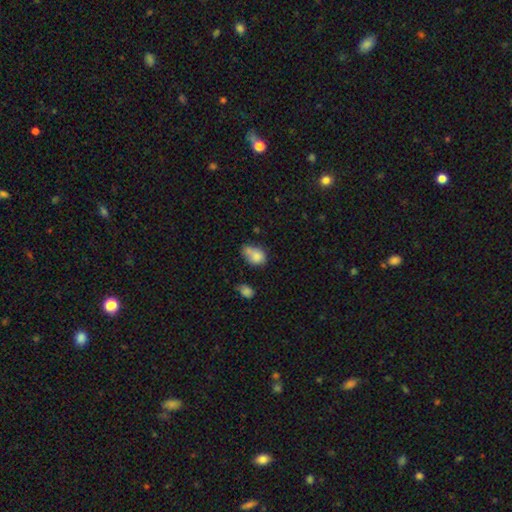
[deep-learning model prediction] This appears to be a smooth galaxy with no disk features (76%) that is in between round and cigar-shaped (72%). Merging: none (35%, tied with minor disturbance).